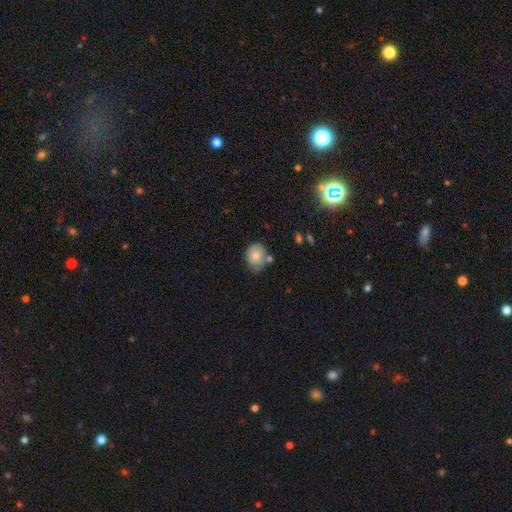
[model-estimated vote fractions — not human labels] Smooth or featured?
  - smooth: 78% *
  - featured or disk: 14%
  - star or artifact: 8%
How rounded?
  - in between: 52% *
  - round: 47%
  - cigar-shaped: 1%
Merging?
  - none: 58% *
  - minor disturbance: 27%
  - merger: 10%
  - major disturbance: 5%